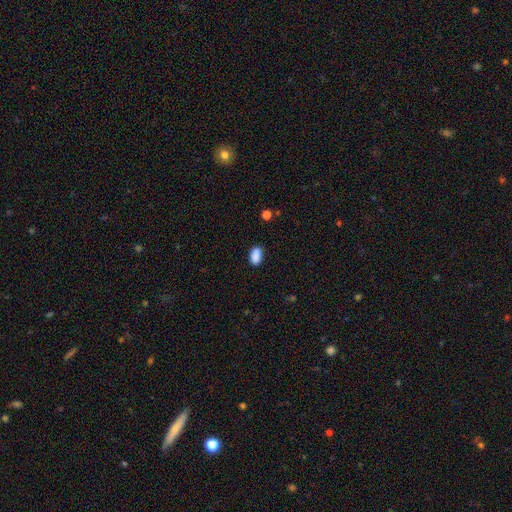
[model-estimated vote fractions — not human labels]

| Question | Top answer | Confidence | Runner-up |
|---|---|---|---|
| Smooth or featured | smooth | 88% | star or artifact (8%) |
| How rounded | in between | 91% | round (6%) |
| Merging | none | 82% | minor disturbance (13%) |